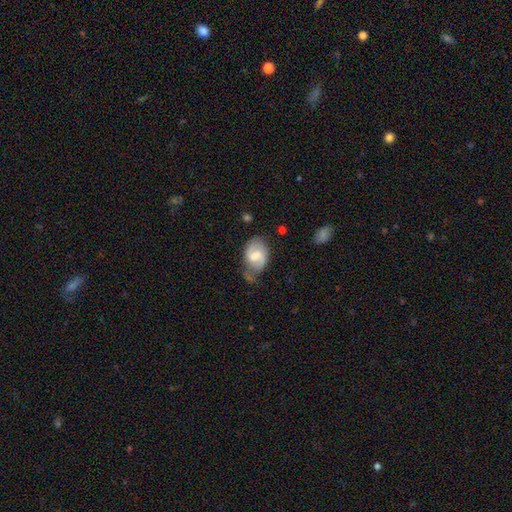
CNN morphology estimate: Smooth or featured?
  - featured or disk: 58% *
  - smooth: 35%
  - star or artifact: 7%
Edge-on disk?
  - no: 97% *
  - yes: 3%
Bar?
  - weak: 57% *
  - no: 24%
  - strong: 19%
Spiral arms?
  - yes: 85% *
  - no: 15%
Bulge size?
  - moderate: 51% *
  - small: 26%
  - large: 13%
  - none: 8%
  - dominant: 2%
Merging?
  - none: 51% *
  - minor disturbance: 31%
  - major disturbance: 12%
  - merger: 5%